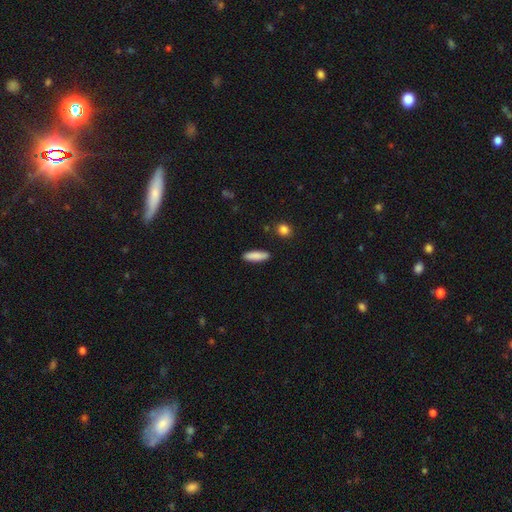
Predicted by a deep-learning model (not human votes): Smooth or featured? smooth (87%)
How rounded? cigar-shaped (62%)
Merging? none (89%)